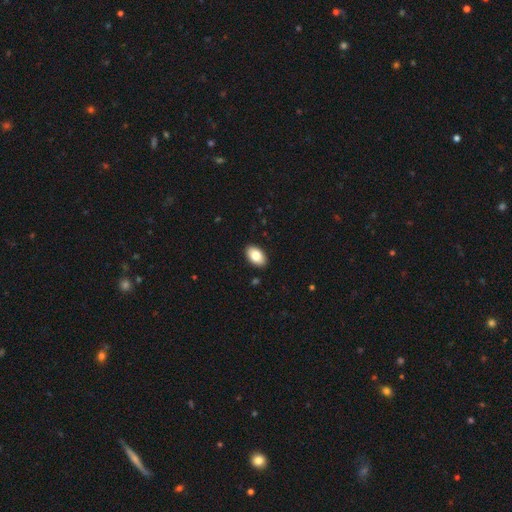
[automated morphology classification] This appears to be a smooth galaxy with no disk features (83%) that is in between round and cigar-shaped (94%). Merging: none (90%).